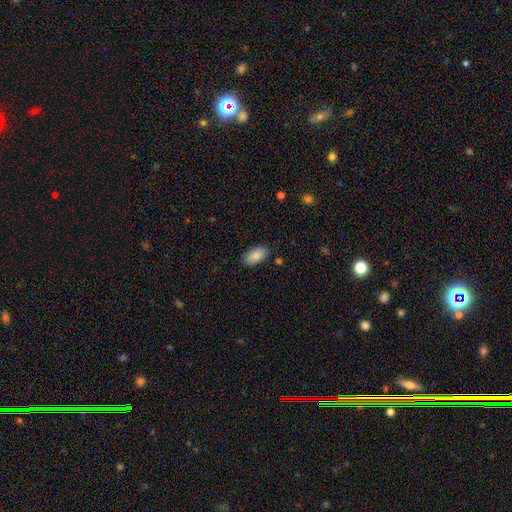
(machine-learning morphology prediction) smooth 88%, star or artifact 7%, featured or disk 6%. Down the decision tree: how rounded — in between (94%); merging — none (83%).